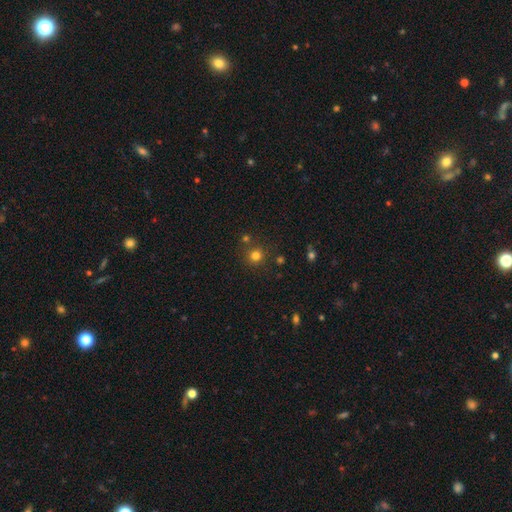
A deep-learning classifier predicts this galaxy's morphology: The model was most divided on "smooth or featured": smooth: 77%, star or artifact: 17%, featured or disk: 6%. More confident: how rounded — round (93%); merging — none (79%).